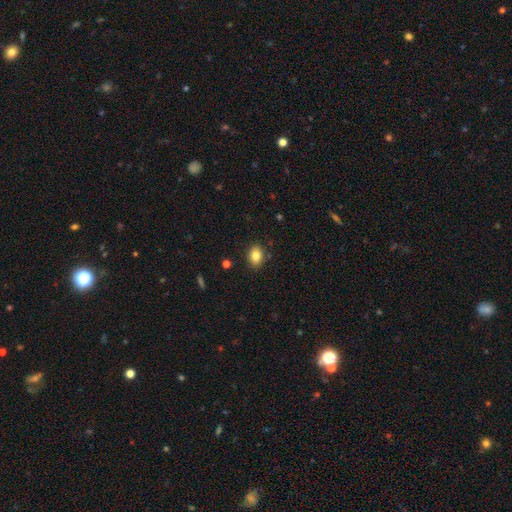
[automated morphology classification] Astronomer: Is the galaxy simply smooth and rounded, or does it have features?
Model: smooth — 84%.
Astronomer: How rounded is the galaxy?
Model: in between — 73%.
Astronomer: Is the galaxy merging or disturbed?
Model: none — 87%.